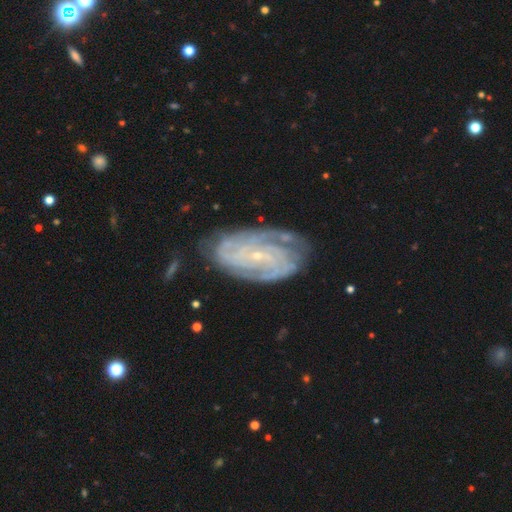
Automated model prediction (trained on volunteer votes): Smooth or featured: featured or disk — 86% (smooth — 7%)
Edge-on disk: no — 96% (yes — 4%)
Bar: no — 59% (weak — 30%)
Spiral arms: yes — 97% (no — 3%)
Spiral winding: tight — 68% (medium — 26%)
Spiral arm count: can't tell — 25% (tied with 2 — 25%)
Bulge size: small — 86% (moderate — 9%)
Merging: none — 73% (minor disturbance — 19%)